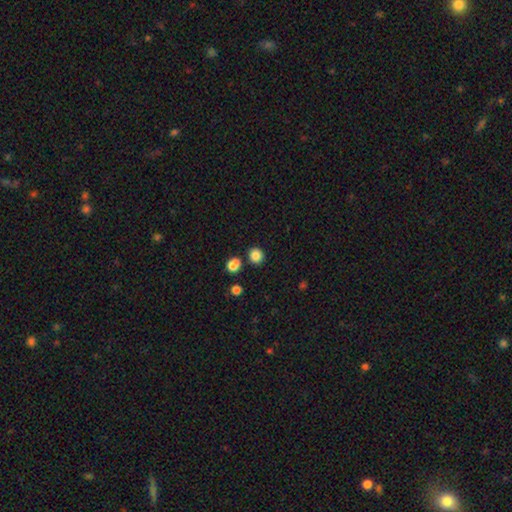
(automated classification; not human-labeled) smooth 85%, star or artifact 11%, featured or disk 4%. Down the decision tree: how rounded — round (83%); merging — none (81%).